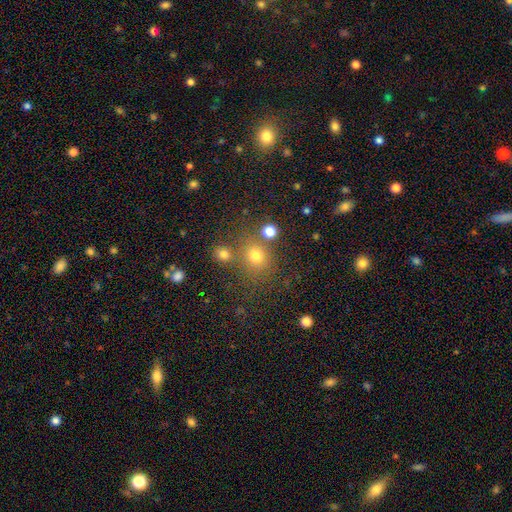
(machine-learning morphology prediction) smooth_or_featured: smooth (p=0.72) [alt: star or artifact p=0.20]
how_rounded: round (p=0.83) [alt: in between p=0.16]
merging: none (p=0.68) [alt: merger p=0.18]